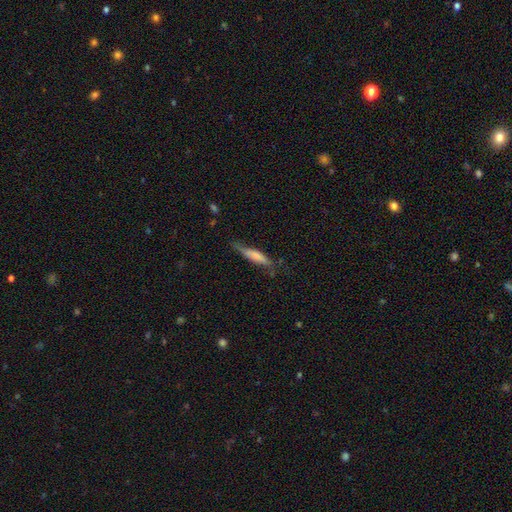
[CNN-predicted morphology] type=smooth (64%); roundness=cigar-shaped (82%); merging=none (57%).